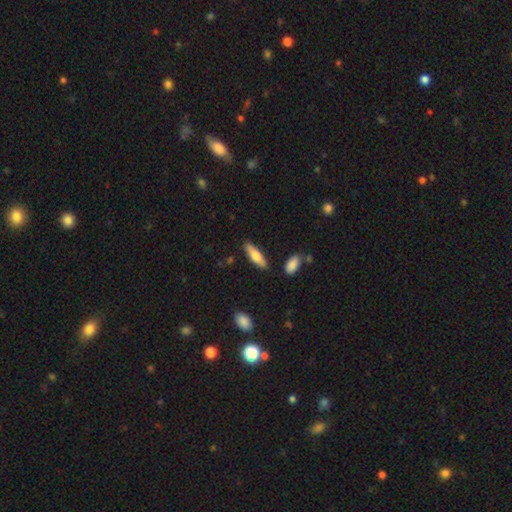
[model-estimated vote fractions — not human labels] A smooth galaxy with no disk features (67%) that is cigar-shaped (56%). Merging: none (84%).